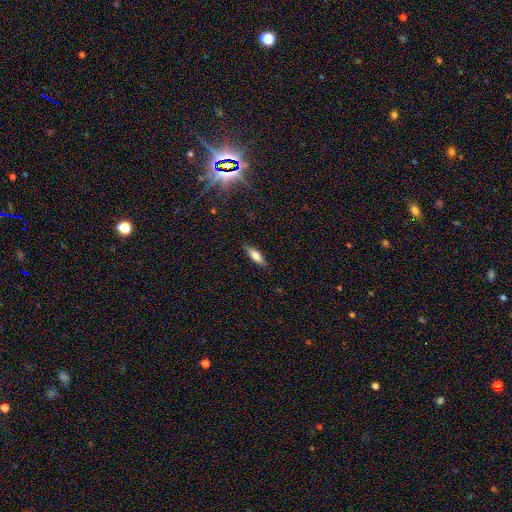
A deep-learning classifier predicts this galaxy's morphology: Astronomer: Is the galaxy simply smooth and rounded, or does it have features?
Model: smooth — 75%.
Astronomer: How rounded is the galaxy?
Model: in between — 52% (runner-up: cigar-shaped, 47%).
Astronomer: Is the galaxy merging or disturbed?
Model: none — 86%.